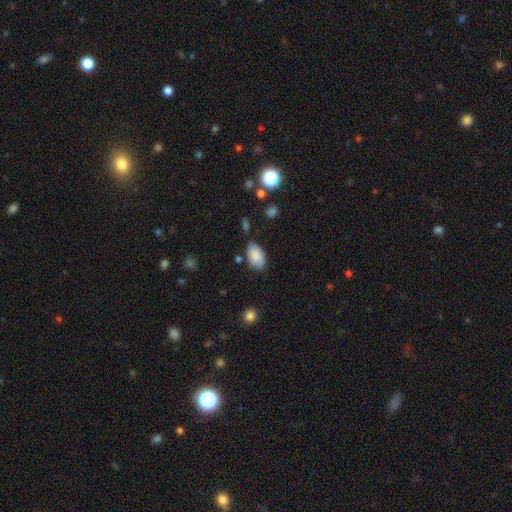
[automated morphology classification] Smooth or featured: smooth — 87% (star or artifact — 7%)
How rounded: in between — 93% (round — 6%)
Merging: none — 72% (minor disturbance — 20%)